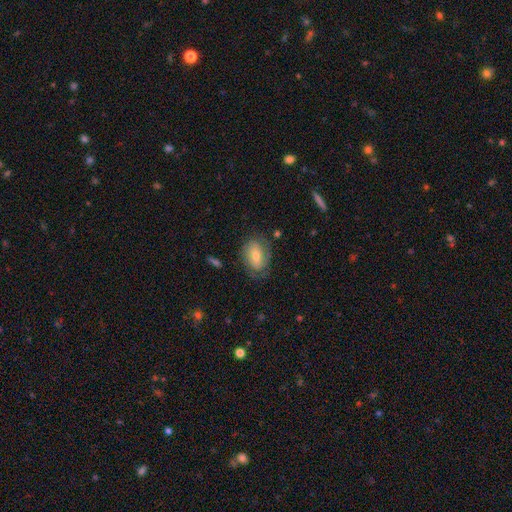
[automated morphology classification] The model was most divided on "smooth or featured": featured or disk: 47%, smooth: 44%, star or artifact: 9%. More confident: merging — none (70%).